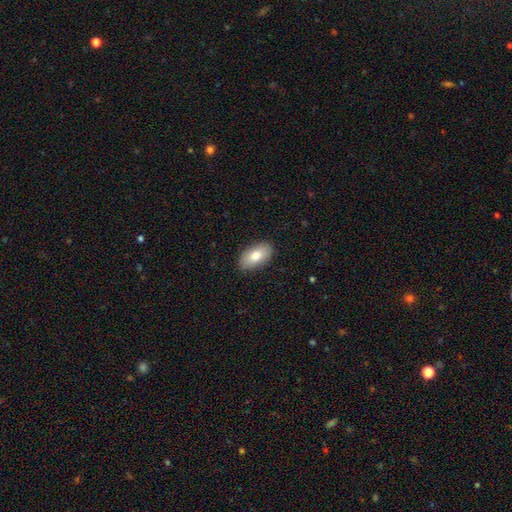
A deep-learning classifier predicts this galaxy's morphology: smooth-or-featured: smooth: 78% | featured or disk: 15% | star or artifact: 7%
  how-rounded: in between: 94% | round: 4% | cigar-shaped: 3%
  merging: none: 87% | minor disturbance: 9% | major disturbance: 2% | merger: 1%